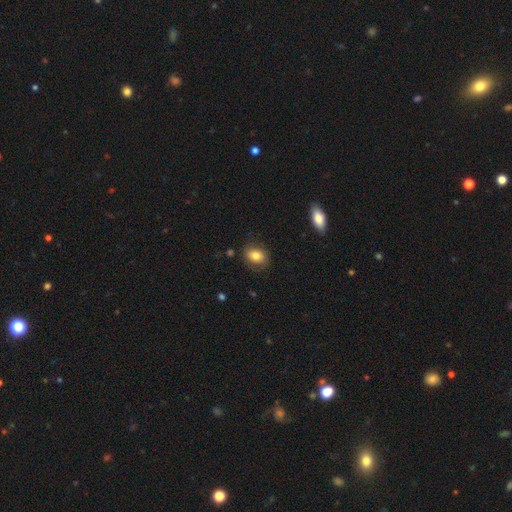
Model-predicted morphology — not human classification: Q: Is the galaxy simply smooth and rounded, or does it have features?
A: smooth — 77%.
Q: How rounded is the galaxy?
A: in between — 67%.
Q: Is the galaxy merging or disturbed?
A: none — 76%.